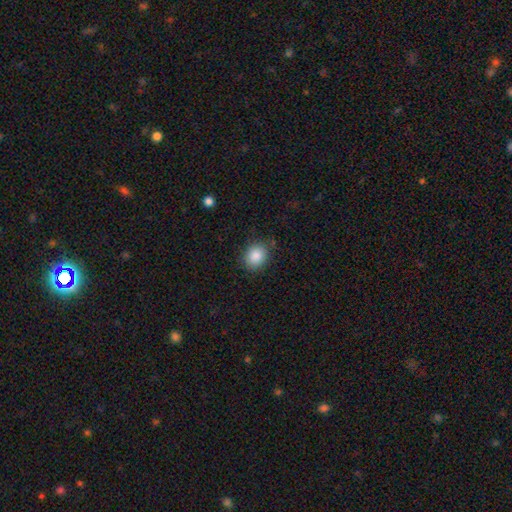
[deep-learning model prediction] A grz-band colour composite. It shows a smooth galaxy with no disk features (87%) that is round (54%). Merging: none (84%).